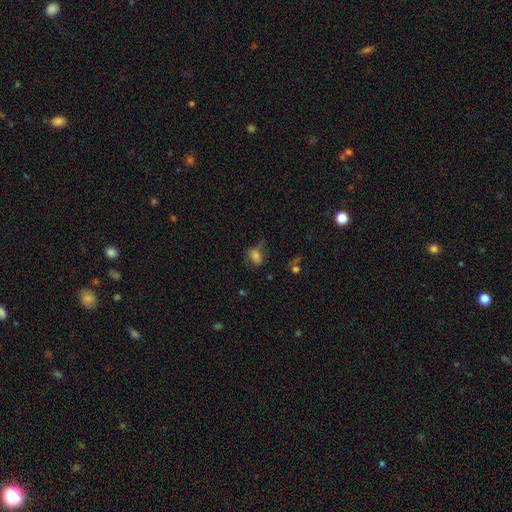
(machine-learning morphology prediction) A smooth galaxy with no disk features (71%) that is in between round and cigar-shaped (76%).

Vote fractions:
- Smooth or featured? smooth: 71% / featured or disk: 15% / star or artifact: 14%
- How rounded? in between: 76% / round: 21% / cigar-shaped: 3%
- Merging? none: 47% / minor disturbance: 29% / major disturbance: 19% / merger: 4%